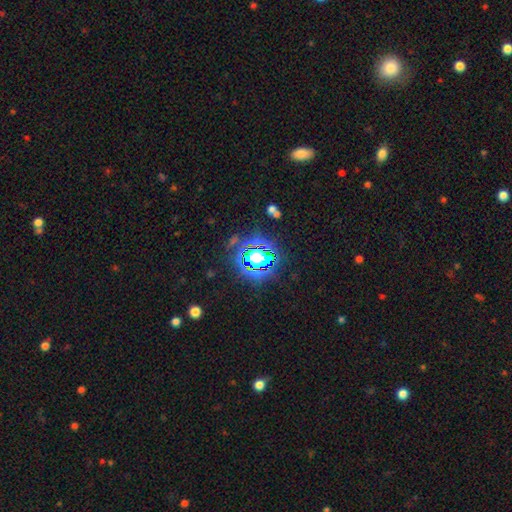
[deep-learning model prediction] A star or artifact, not a galaxy (81%).